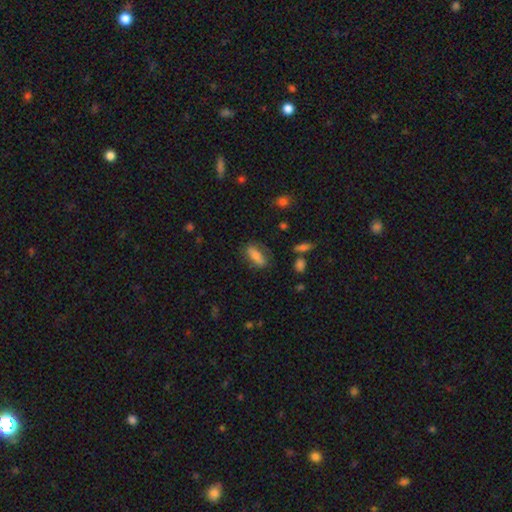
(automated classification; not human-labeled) The model was most divided on "how rounded": in between: 63%, cigar-shaped: 34%, round: 4%. More confident: merging — none (75%); smooth or featured — smooth (73%).